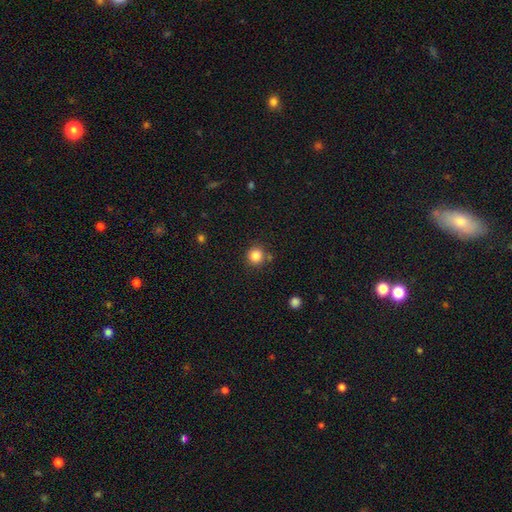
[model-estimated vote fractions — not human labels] smooth_or_featured: smooth (p=0.84) [alt: star or artifact p=0.11]
how_rounded: round (p=0.94) [alt: in between p=0.05]
merging: none (p=0.83) [alt: minor disturbance p=0.08]